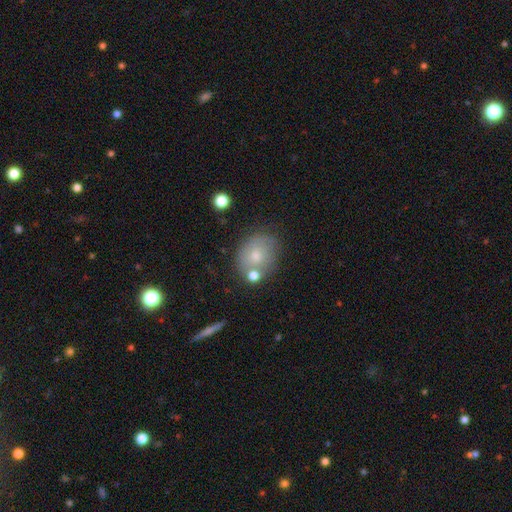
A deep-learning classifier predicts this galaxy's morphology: This is likely a smooth galaxy (66%). How rounded: possibly round (56%). Merging: likely none (61%).